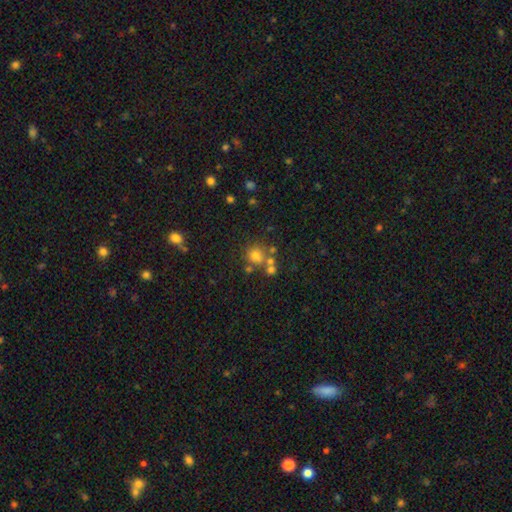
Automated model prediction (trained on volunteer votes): A smooth galaxy with no disk features (67%) that is round (86%). Merging: none (58%).